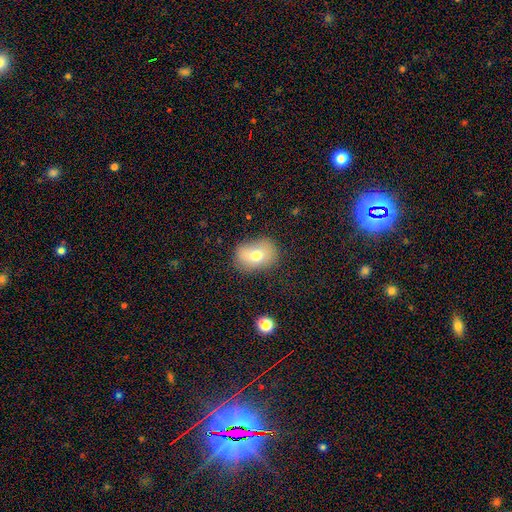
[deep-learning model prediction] Smooth or featured?
  - smooth: 69% *
  - featured or disk: 20%
  - star or artifact: 11%
How rounded?
  - in between: 67% *
  - round: 32%
  - cigar-shaped: 1%
Merging?
  - none: 73% *
  - minor disturbance: 19%
  - major disturbance: 6%
  - merger: 3%